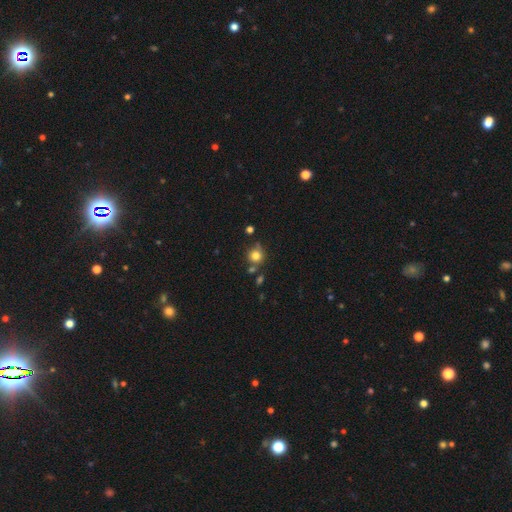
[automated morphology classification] type=smooth (79%); roundness=round (88%); merging=none (66%).